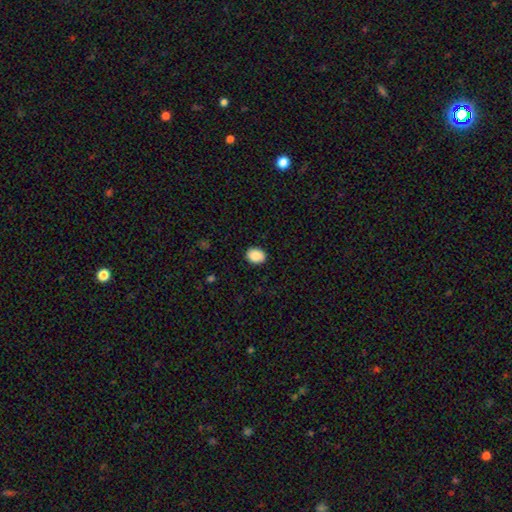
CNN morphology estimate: smooth_or_featured: smooth (p=0.89) [alt: star or artifact p=0.08]
how_rounded: in between (p=0.59) [alt: round p=0.40]
merging: none (p=0.90) [alt: minor disturbance p=0.08]